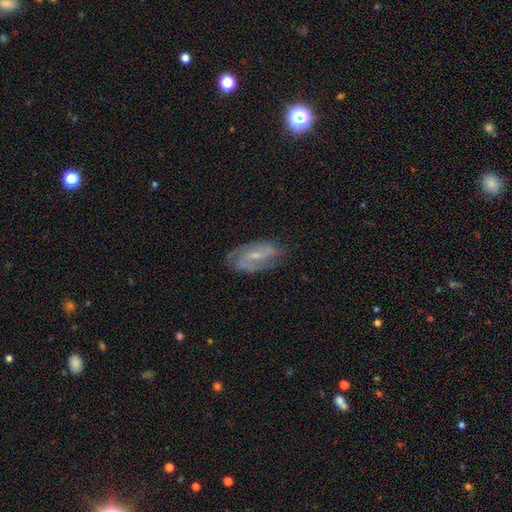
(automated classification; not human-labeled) Smooth or featured? featured or disk (75%)
Edge-on disk? no (94%)
Bar? weak (50%)
Spiral arms? yes (91%)
Spiral winding? medium (45%)
Spiral arm count? 2 (64%)
Bulge size? small (65%)
Merging? none (73%)